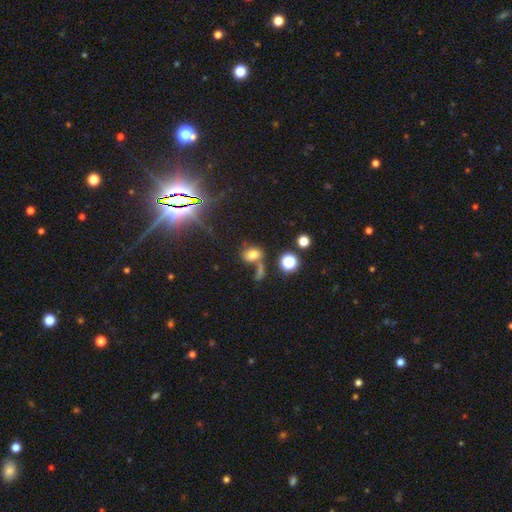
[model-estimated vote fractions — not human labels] Overall: smooth (43%; star or artifact 41%). Merging: none (46%; merger 31%).